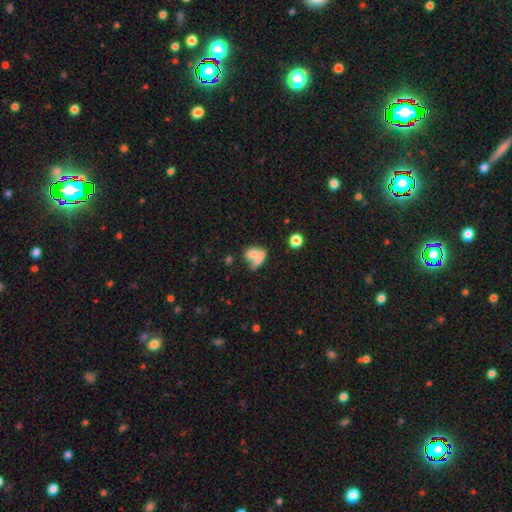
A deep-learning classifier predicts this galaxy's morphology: A smooth galaxy with no disk features (66%) that is in between round and cigar-shaped (63%). Merging: merger (58%).